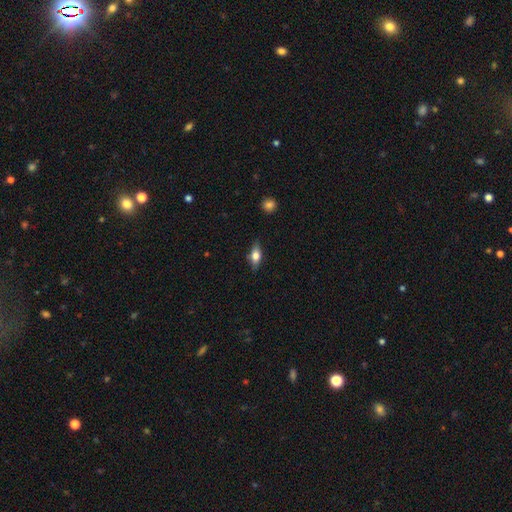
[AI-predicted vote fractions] Morphology: type=smooth (55%); roundness=in between (72%); merging=none (82%).